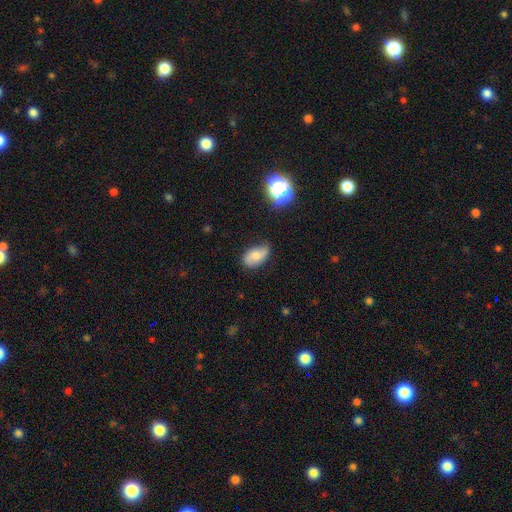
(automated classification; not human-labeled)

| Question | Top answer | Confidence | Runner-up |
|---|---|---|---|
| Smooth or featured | smooth | 61% | featured or disk (29%) |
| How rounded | in between | 90% | round (8%) |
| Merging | none | 64% | minor disturbance (29%) |